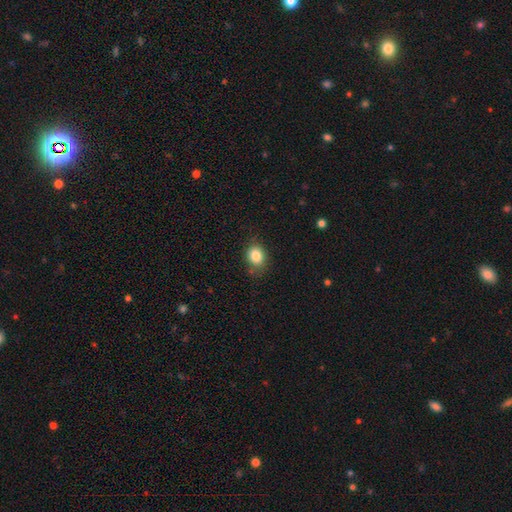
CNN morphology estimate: type=smooth (85%); roundness=round (52%); merging=none (78%).